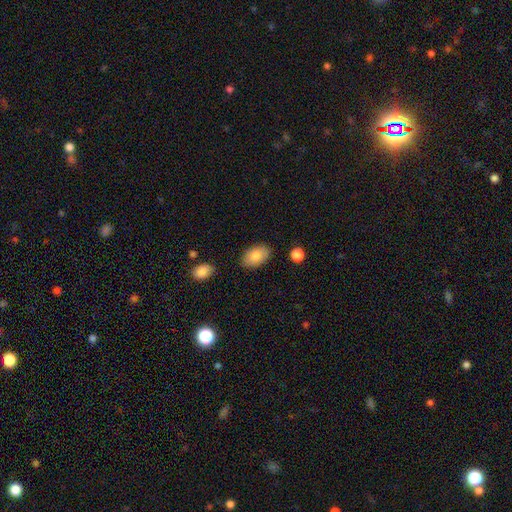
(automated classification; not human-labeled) smooth_or_featured: smooth (p=0.84) [alt: featured or disk p=0.09]
how_rounded: in between (p=0.92) [alt: round p=0.07]
merging: none (p=0.85) [alt: minor disturbance p=0.11]